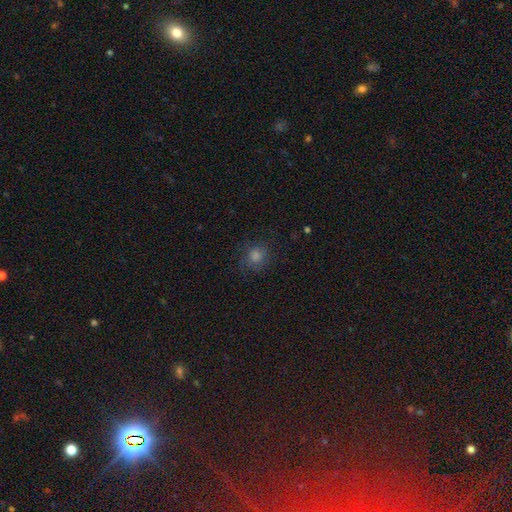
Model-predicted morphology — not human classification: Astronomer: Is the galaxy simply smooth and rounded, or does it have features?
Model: smooth — 61%.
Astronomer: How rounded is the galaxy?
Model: round — 83%.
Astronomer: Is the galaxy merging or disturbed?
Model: none — 78%.